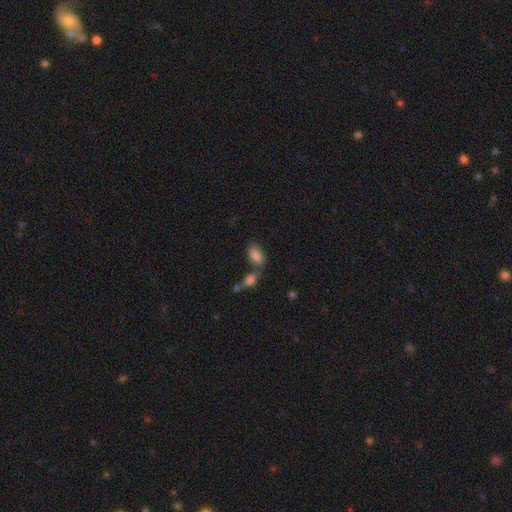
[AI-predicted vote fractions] Morphology: type=smooth (85%); roundness=in between (92%); merging=none (51%).